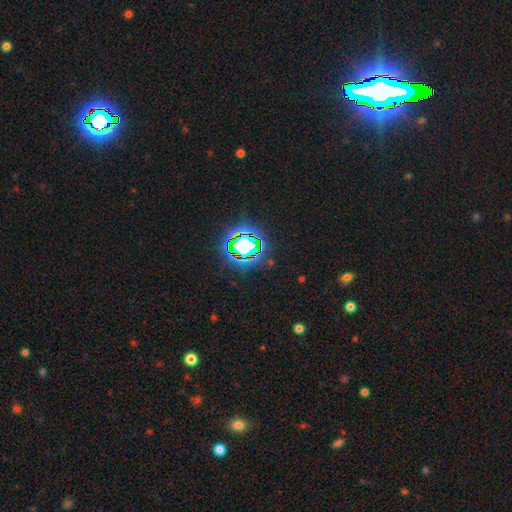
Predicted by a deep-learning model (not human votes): Smooth or featured?
  - star or artifact: 83% *
  - smooth: 9%
  - featured or disk: 8%